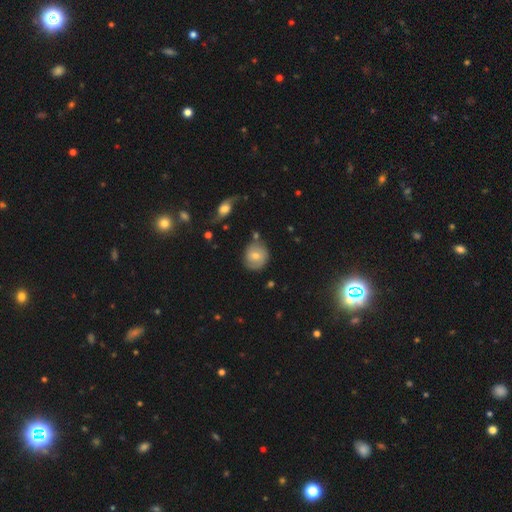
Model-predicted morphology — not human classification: type=smooth (58%); roundness=round (81%); merging=none (73%).